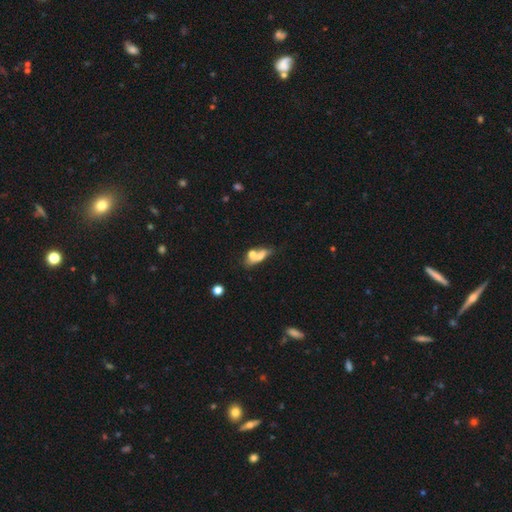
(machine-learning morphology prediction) Smooth or featured?
  - smooth: 58% *
  - featured or disk: 31%
  - star or artifact: 11%
How rounded?
  - in between: 63% *
  - cigar-shaped: 24%
  - round: 13%
Merging?
  - merger: 53% *
  - none: 24%
  - minor disturbance: 12%
  - major disturbance: 11%